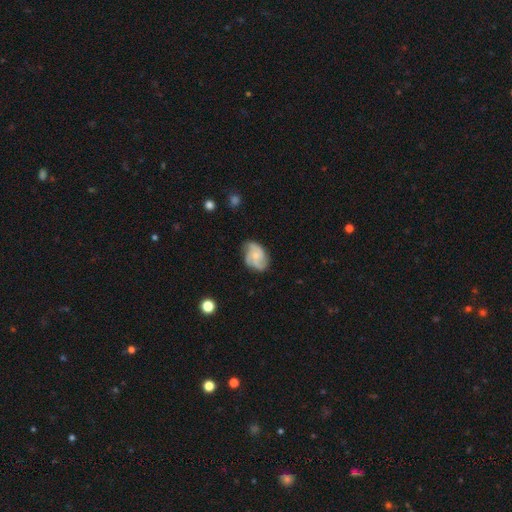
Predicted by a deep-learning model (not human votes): This is likely a featured or disk galaxy (73%). It is clearly not viewed edge-on (98%). Bar: likely no (70%). Spiral arm pattern: clearly yes (94%). Spiral arm count: possibly 3 (56%). Spiral winding: possibly medium (49%). Central bulge: possibly small (59%). Merging: likely none (68%).